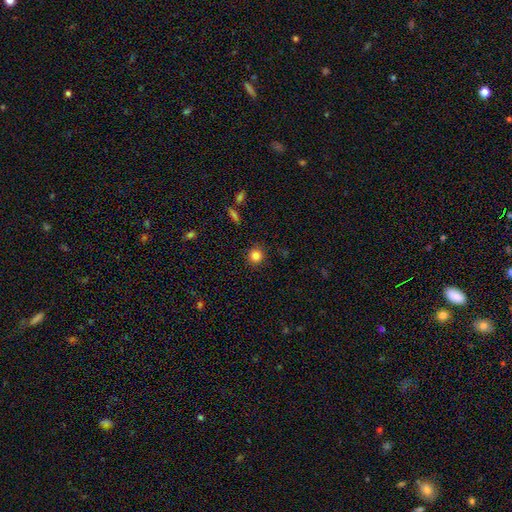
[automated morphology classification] Smooth or featured?
  - smooth: 84% *
  - star or artifact: 11%
  - featured or disk: 5%
How rounded?
  - round: 92% *
  - in between: 7%
  - cigar-shaped: 1%
Merging?
  - none: 89% *
  - minor disturbance: 7%
  - major disturbance: 2%
  - merger: 1%